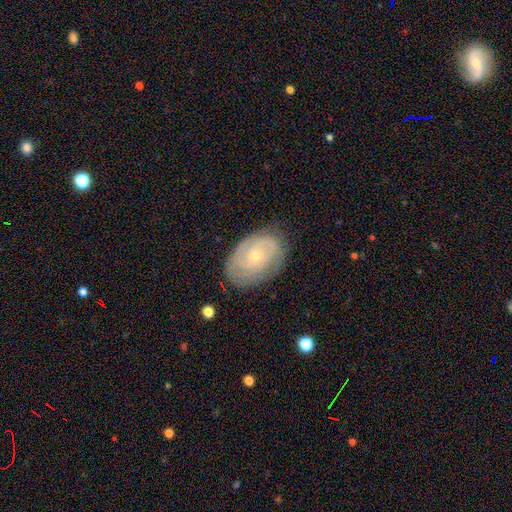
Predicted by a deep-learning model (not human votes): smooth_or_featured: featured or disk (p=0.67) [alt: smooth p=0.26]
disk_edge_on: no (p=0.95) [alt: yes p=0.05]
bar: no (p=0.81) [alt: weak p=0.16]
has_spiral_arms: yes (p=0.78) [alt: no p=0.22]
bulge_size: small (p=0.76) [alt: moderate p=0.21]
merging: none (p=0.75) [alt: minor disturbance p=0.18]